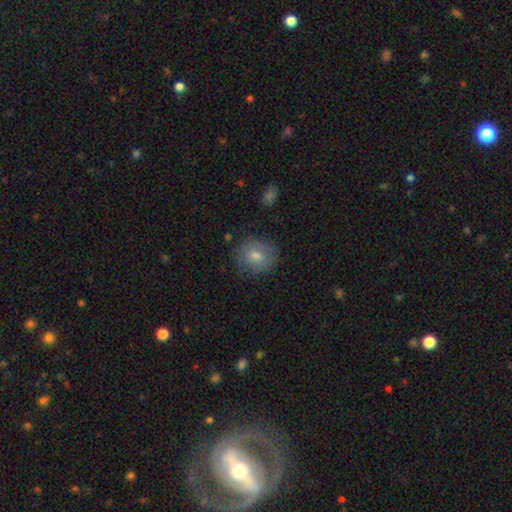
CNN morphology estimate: Smooth or featured? Predicted: smooth (p=0.74). How rounded? Predicted: round (p=0.79). Merging? Predicted: none (p=0.83).